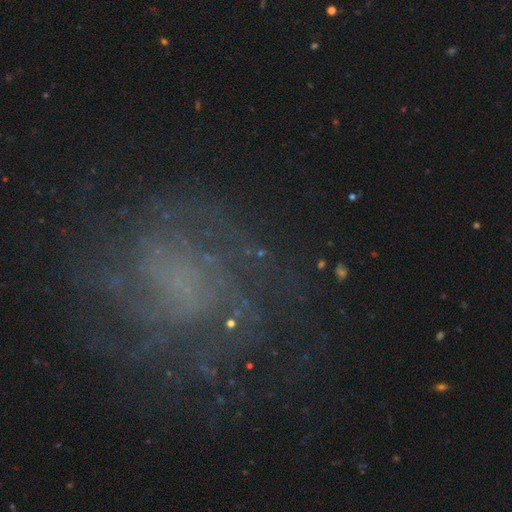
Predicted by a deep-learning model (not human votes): Smooth or featured?
  - featured or disk: 74% *
  - star or artifact: 14%
  - smooth: 12%
Edge-on disk?
  - no: 98% *
  - yes: 2%
Bar?
  - no: 66% *
  - weak: 28%
  - strong: 6%
Spiral arms?
  - yes: 88% *
  - no: 12%
Spiral winding?
  - tight: 47% *
  - medium: 37%
  - loose: 16%
Spiral arm count?
  - can't tell: 43% *
  - 2: 15%
  - 3: 14%
  - 4: 11%
  - more than 4: 10%
  - 1: 7%
Bulge size?
  - none: 50% *
  - small: 30%
  - moderate: 13%
  - large: 5%
  - dominant: 1%
Merging?
  - none: 70% *
  - minor disturbance: 15%
  - major disturbance: 14%
  - merger: 2%